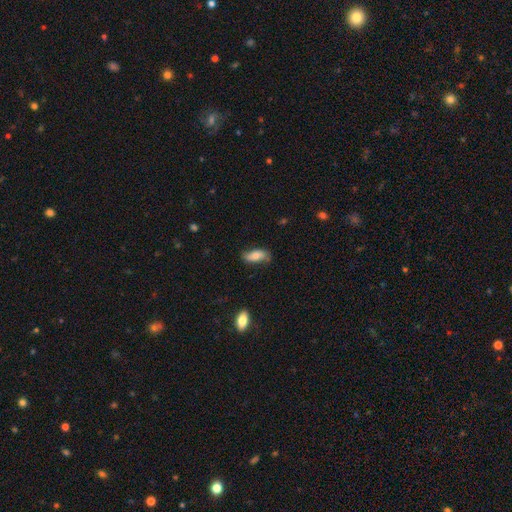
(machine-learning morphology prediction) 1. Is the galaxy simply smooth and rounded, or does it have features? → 66% smooth, 27% featured or disk, 7% star or artifact.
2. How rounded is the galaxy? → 81% in between, 16% cigar-shaped, 3% round.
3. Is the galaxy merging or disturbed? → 68% none, 24% minor disturbance, 6% major disturbance, 2% merger.